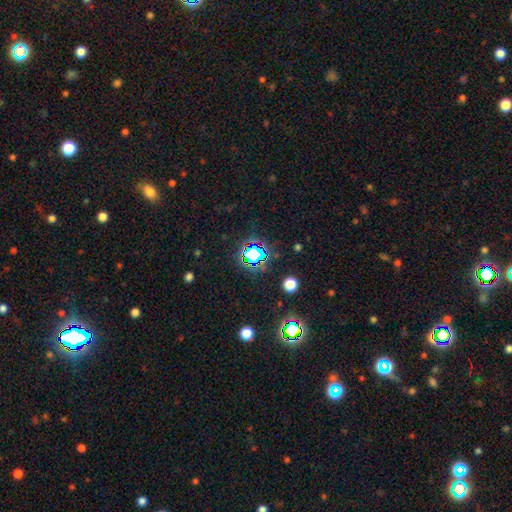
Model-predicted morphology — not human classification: This appears to be a star or artifact, not a galaxy (74%).